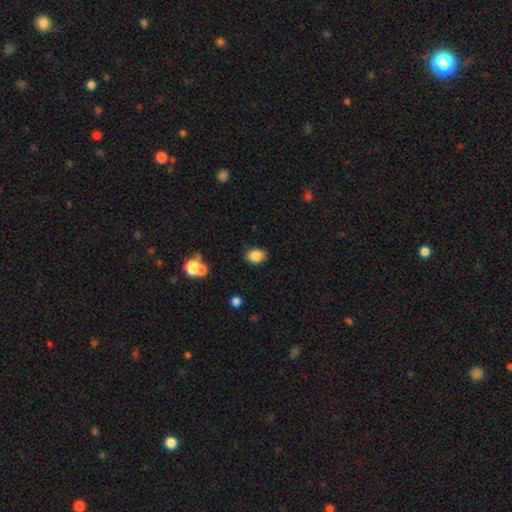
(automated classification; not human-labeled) This appears to be a smooth galaxy with no disk features (85%) that is in between round and cigar-shaped (57%). Merging: none (82%).